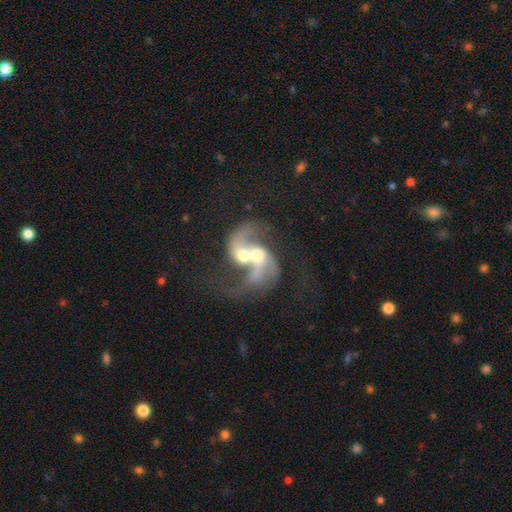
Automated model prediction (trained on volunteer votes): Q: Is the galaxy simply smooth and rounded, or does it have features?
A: featured or disk — 83%.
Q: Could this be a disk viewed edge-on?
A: no — 98%.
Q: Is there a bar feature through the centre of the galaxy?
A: no — 57%.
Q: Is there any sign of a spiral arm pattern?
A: yes — 91%.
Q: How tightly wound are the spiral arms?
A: loose — 56%.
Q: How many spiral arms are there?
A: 2 — 79%.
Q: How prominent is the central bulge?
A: moderate — 60%.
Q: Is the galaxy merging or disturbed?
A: merger — 66%.